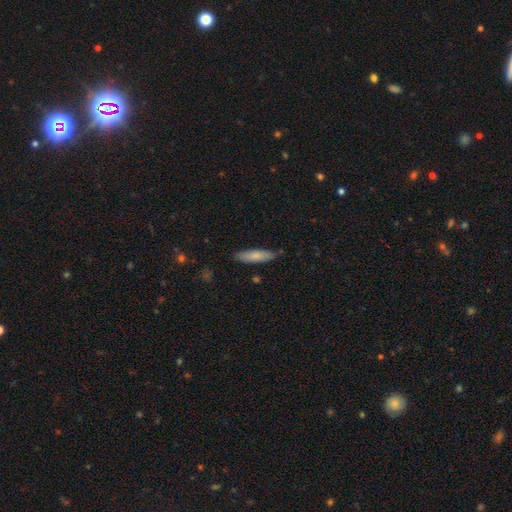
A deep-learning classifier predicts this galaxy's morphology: Overall: smooth (77%). How rounded: cigar-shaped (70%). Merging: none (78%).